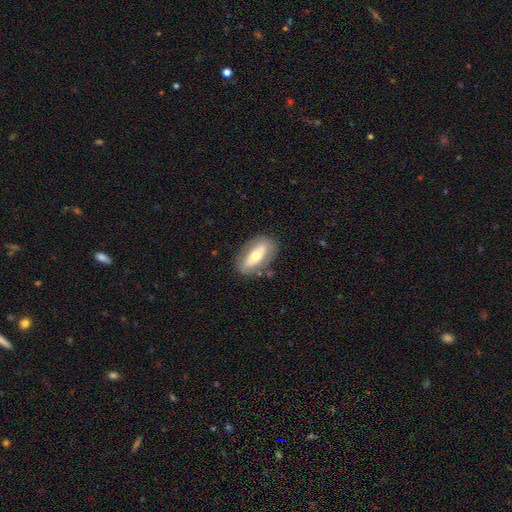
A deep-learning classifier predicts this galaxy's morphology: The model was most divided on "smooth or featured" (2-way tie): smooth: 47%, featured or disk: 47%, star or artifact: 6%. More confident: merging — none (79%).